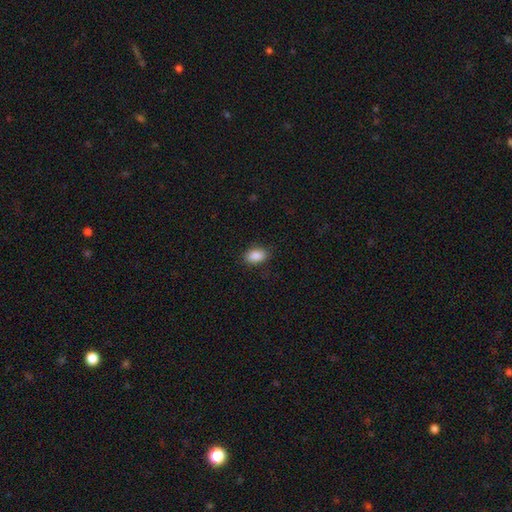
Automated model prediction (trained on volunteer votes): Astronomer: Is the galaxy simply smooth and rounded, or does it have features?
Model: smooth — 89%.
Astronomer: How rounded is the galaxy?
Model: in between — 87%.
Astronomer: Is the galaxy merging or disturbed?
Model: none — 86%.